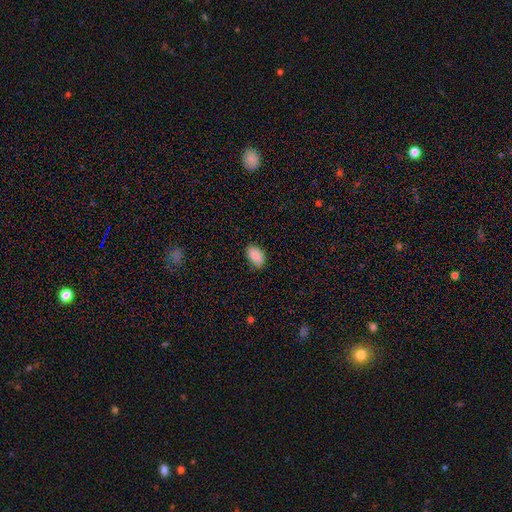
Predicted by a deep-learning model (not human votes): smooth 89%, star or artifact 7%, featured or disk 4%. Down the decision tree: how rounded — in between (91%); merging — none (82%).